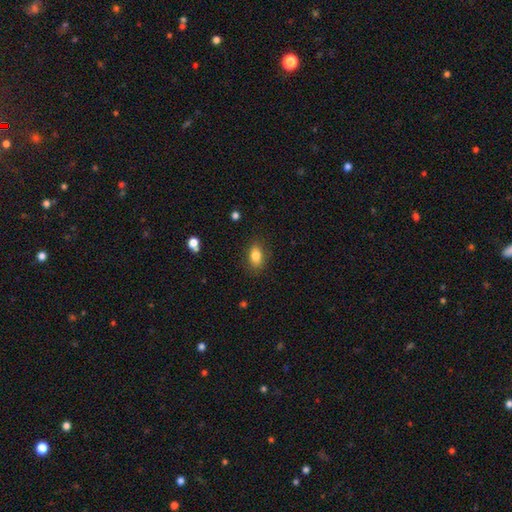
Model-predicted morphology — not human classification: This is clearly a smooth galaxy (83%). How rounded: clearly in between (83%). Merging: clearly none (85%).